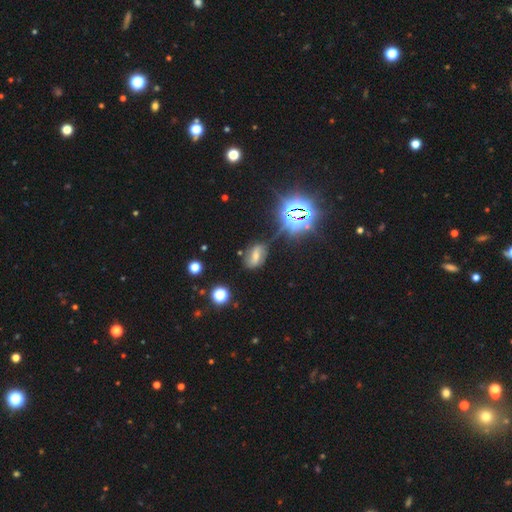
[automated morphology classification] featured or disk 37%, smooth 32%, star or artifact 30%. Down the decision tree: merging — none (62%).